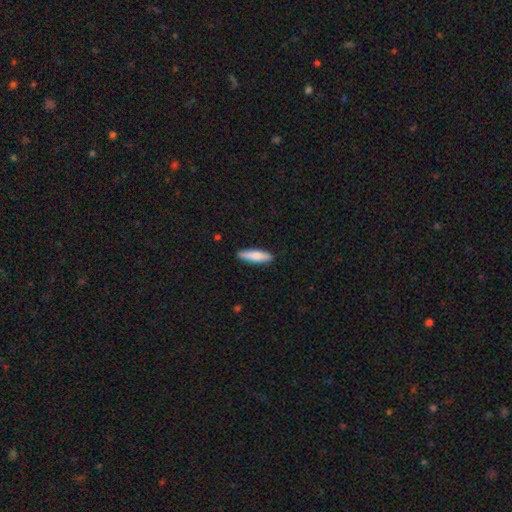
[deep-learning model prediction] The model was most divided on "how rounded": cigar-shaped: 71%, in between: 28%, round: 2%. More confident: merging — none (89%); smooth or featured — smooth (74%).